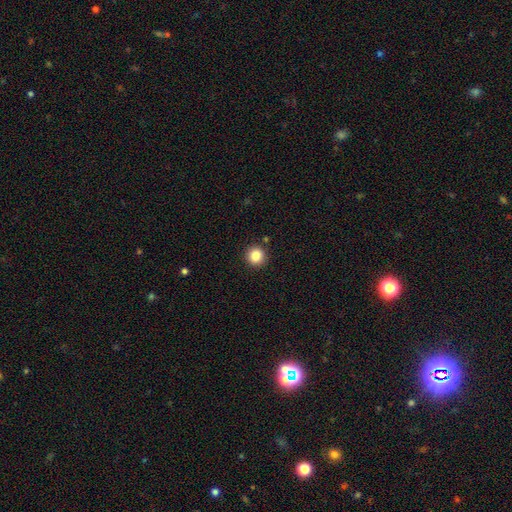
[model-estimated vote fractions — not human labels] Q: Smooth or featured?
A: smooth (85%); runner-up: star or artifact (10%)
Q: How rounded?
A: round (94%); runner-up: in between (5%)
Q: Merging?
A: none (90%); runner-up: minor disturbance (6%)